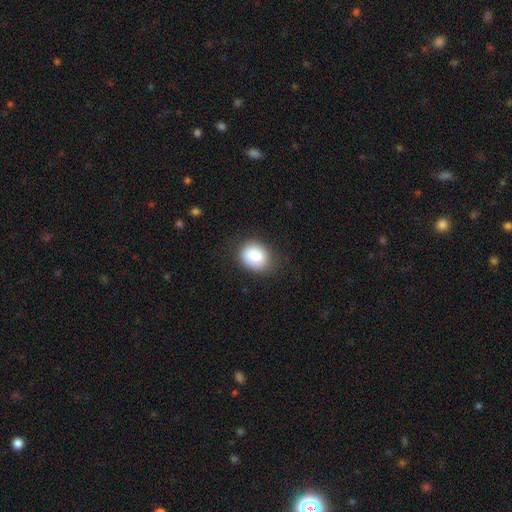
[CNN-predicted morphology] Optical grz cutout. It shows a smooth galaxy with no disk features (86%) that is in between round and cigar-shaped (52%). Merging: none (80%).